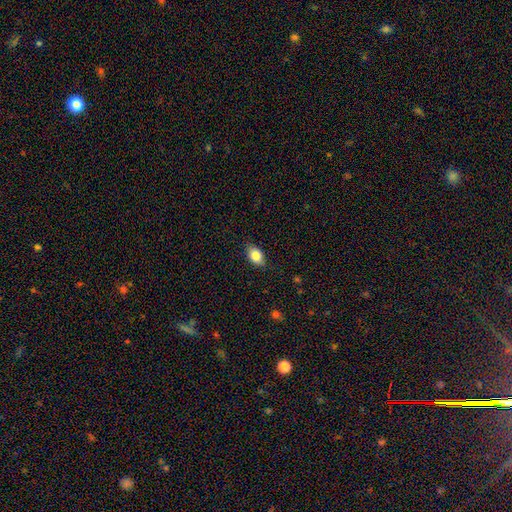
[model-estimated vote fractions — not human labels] The model was most divided on "merging": none: 84%, minor disturbance: 13%, major disturbance: 2%, merger: 1%. More confident: how rounded — in between (88%); smooth or featured — smooth (83%).